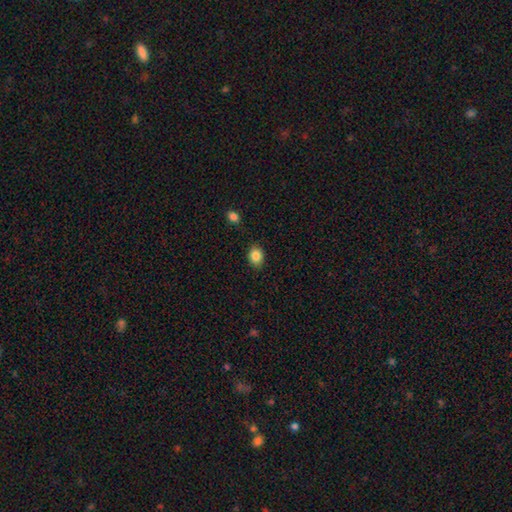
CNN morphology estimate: Smooth or featured?
  - smooth: 85% *
  - star or artifact: 9%
  - featured or disk: 6%
How rounded?
  - in between: 55% *
  - round: 44%
  - cigar-shaped: 1%
Merging?
  - none: 86% *
  - minor disturbance: 10%
  - major disturbance: 2%
  - merger: 2%